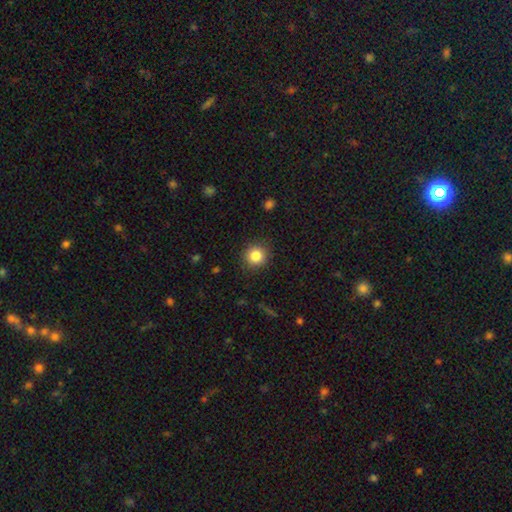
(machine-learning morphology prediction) This appears to be a smooth galaxy with no disk features (84%) that is round (92%). Merging: none (89%).